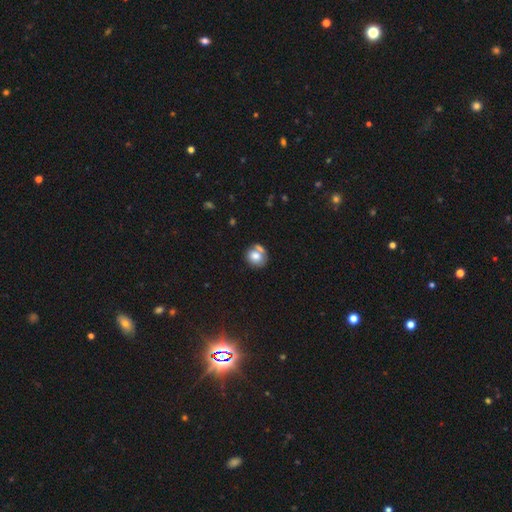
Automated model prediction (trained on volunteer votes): Q: Smooth or featured?
A: smooth (75%); runner-up: featured or disk (17%)
Q: How rounded?
A: round (78%); runner-up: in between (21%)
Q: Merging?
A: none (54%); runner-up: merger (26%)